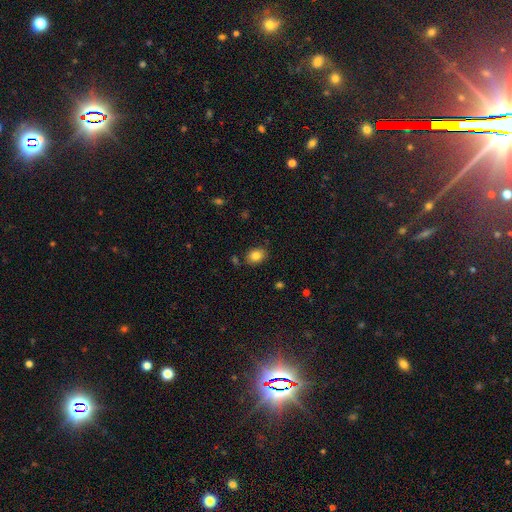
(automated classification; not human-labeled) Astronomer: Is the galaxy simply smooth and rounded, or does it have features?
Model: smooth — 83%.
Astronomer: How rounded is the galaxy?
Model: in between — 64%.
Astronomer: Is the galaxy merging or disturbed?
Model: none — 82%.